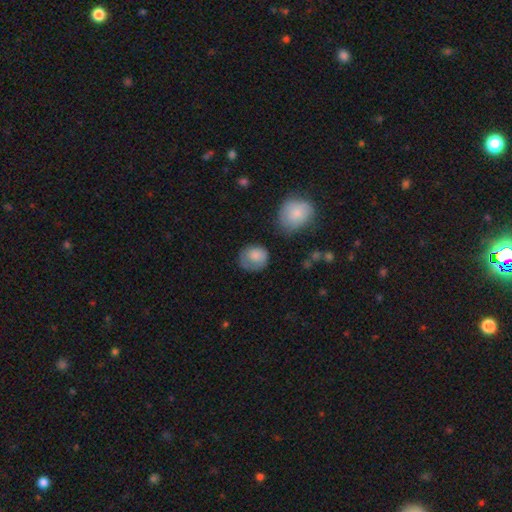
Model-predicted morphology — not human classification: type=smooth (81%); roundness=round (74%); merging=none (57%).